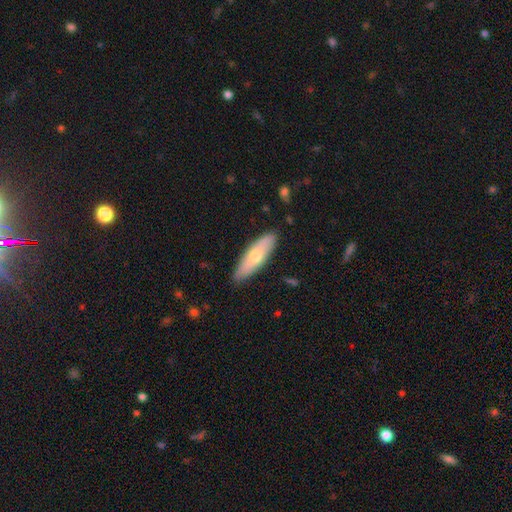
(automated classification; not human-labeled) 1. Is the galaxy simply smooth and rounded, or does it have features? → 60% smooth, 34% featured or disk, 6% star or artifact.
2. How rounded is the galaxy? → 53% cigar-shaped, 45% in between, 2% round.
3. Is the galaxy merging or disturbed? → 87% none, 10% minor disturbance, 2% major disturbance, 1% merger.